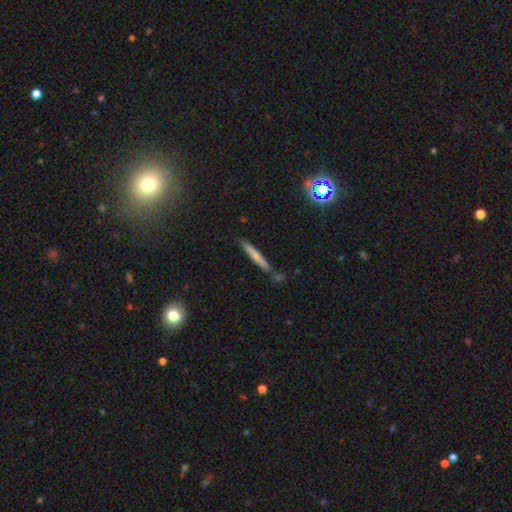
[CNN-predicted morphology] This appears to be a smooth galaxy with no disk features (57%) that is cigar-shaped (94%). Merging: none (79%).